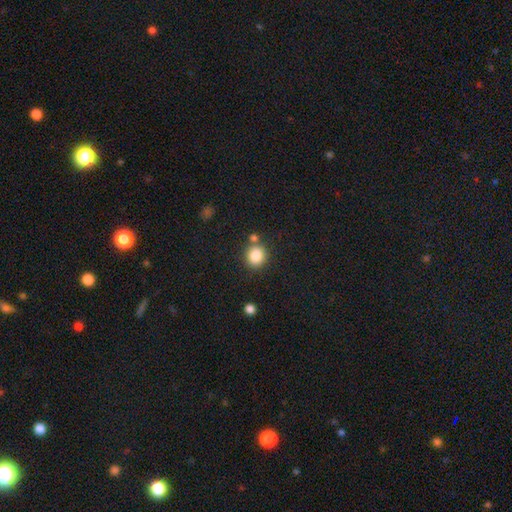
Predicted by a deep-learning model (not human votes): A smooth galaxy with no disk features (85%) that is round (86%). Merging: none (77%).